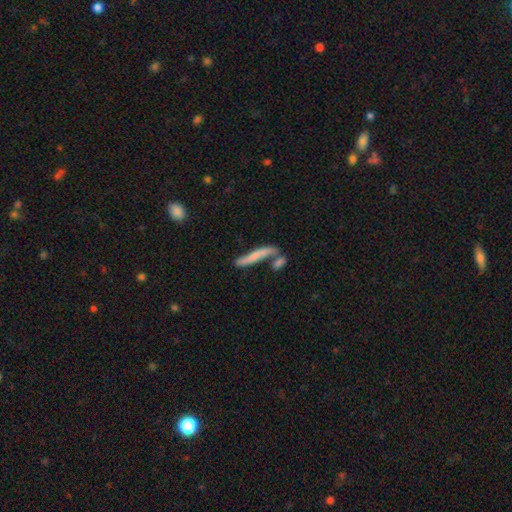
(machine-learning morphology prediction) This is possibly a smooth galaxy (54%). How rounded: clearly cigar-shaped (91%). Merging: possibly none (52%).